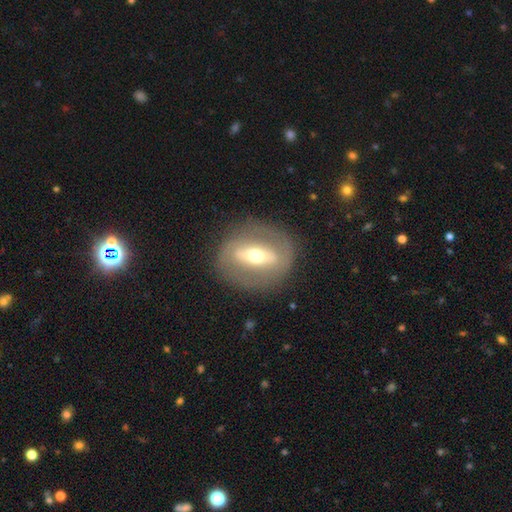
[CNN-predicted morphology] Smooth or featured? featured or disk (65%)
Edge-on disk? no (81%)
Bar? strong (61%)
Spiral arms? no (79%)
Bulge size? moderate (65%)
Merging? none (82%)